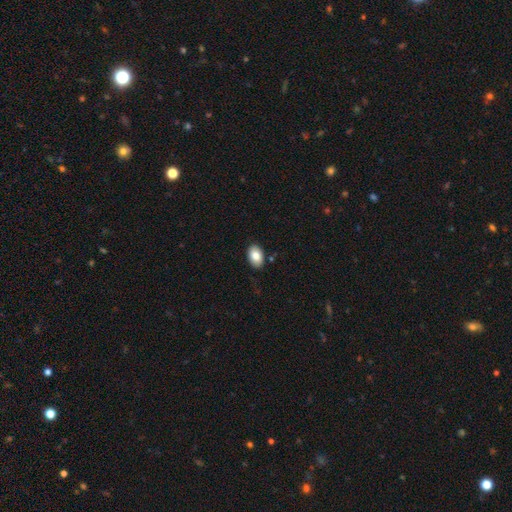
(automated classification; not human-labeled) A smooth galaxy with no disk features (84%) that is in between round and cigar-shaped (90%).

Vote fractions:
- Smooth or featured? smooth: 84% / featured or disk: 9% / star or artifact: 7%
- How rounded? in between: 90% / round: 9% / cigar-shaped: 1%
- Merging? none: 86% / minor disturbance: 10% / major disturbance: 2% / merger: 2%